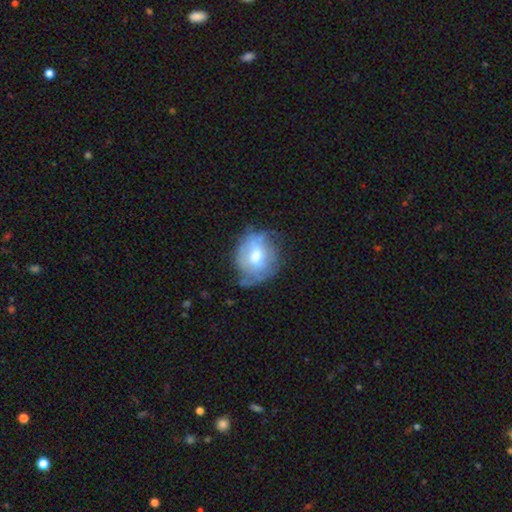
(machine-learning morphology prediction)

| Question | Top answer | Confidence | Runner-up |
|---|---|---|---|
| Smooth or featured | smooth | 47% | featured or disk (46%) |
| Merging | none | 53% | minor disturbance (32%) |